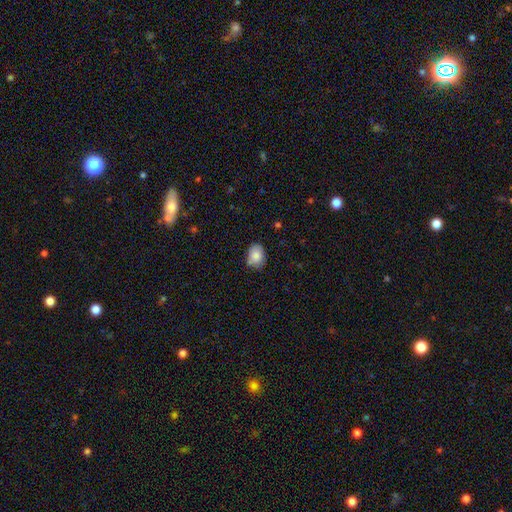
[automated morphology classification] Smooth or featured? Predicted: smooth (p=0.84). How rounded? Predicted: in between (p=0.67). Merging? Predicted: none (p=0.70).